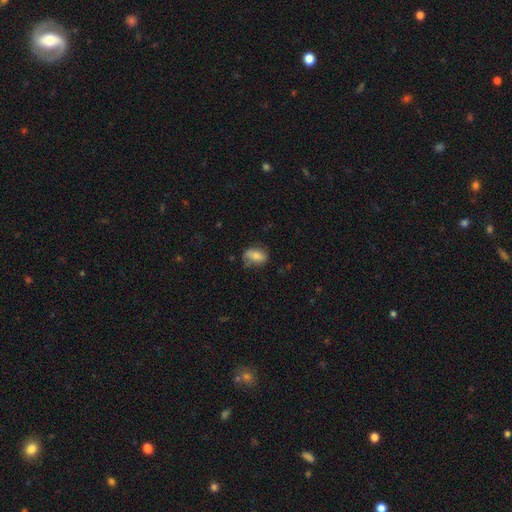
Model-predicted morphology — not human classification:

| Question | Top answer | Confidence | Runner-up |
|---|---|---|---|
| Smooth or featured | smooth | 73% | featured or disk (19%) |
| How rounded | in between | 86% | round (11%) |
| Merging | none | 57% | minor disturbance (30%) |